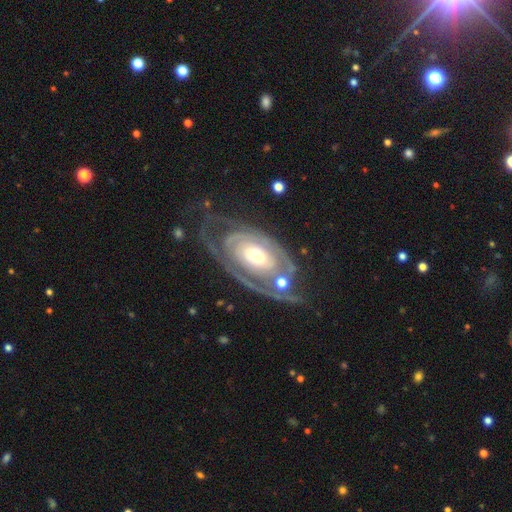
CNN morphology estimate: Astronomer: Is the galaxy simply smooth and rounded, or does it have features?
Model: featured or disk — 83%.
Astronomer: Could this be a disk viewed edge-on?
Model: no — 94%.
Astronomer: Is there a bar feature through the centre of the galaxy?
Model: no — 77%.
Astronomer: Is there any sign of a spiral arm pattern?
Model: yes — 82%.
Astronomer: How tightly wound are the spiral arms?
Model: tight — 68%.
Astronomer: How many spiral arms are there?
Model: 2 — 36% (runner-up: can't tell, 30%).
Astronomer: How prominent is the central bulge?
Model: moderate — 60%.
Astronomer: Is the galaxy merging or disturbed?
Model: none — 51%.